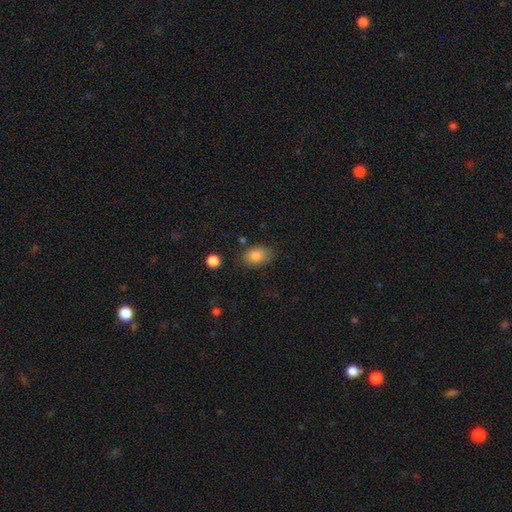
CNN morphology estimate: Smooth or featured: smooth — 85% (star or artifact — 9%)
How rounded: in between — 83% (round — 15%)
Merging: none — 75% (minor disturbance — 17%)